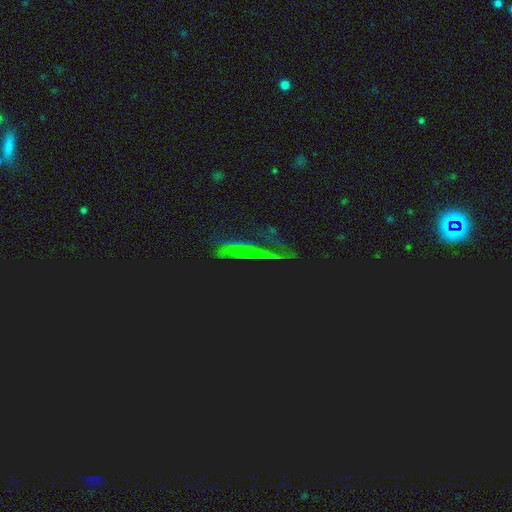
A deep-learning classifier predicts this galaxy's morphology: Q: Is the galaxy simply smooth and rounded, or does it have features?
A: star or artifact — 61%.